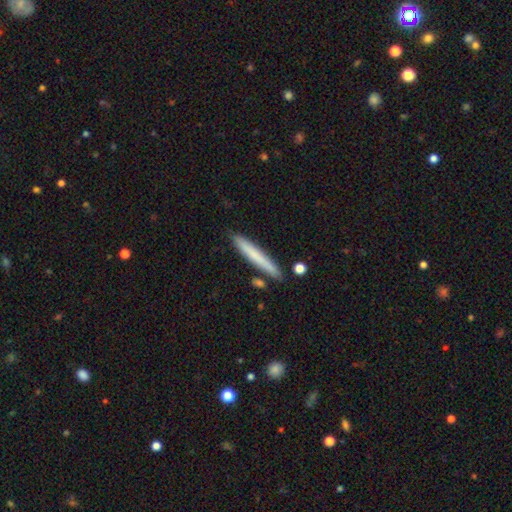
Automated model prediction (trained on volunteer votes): A smooth galaxy with no disk features (70%) that is cigar-shaped (96%).

Vote fractions:
- Smooth or featured? smooth: 70% / featured or disk: 24% / star or artifact: 6%
- How rounded? cigar-shaped: 96% / in between: 3% / round: 1%
- Merging? none: 86% / minor disturbance: 9% / merger: 4% / major disturbance: 2%